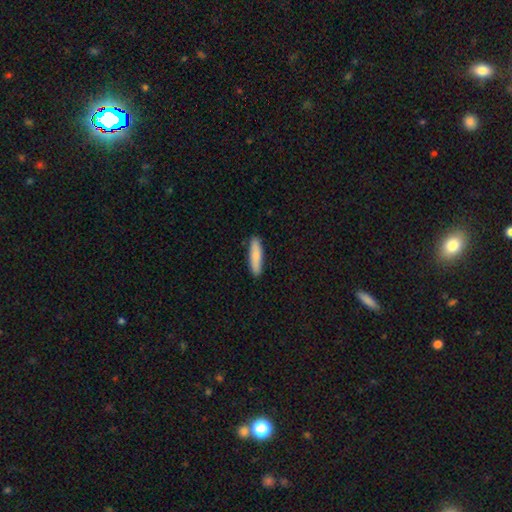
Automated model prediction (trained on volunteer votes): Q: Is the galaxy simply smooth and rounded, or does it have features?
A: smooth — 83%.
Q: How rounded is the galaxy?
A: cigar-shaped — 78%.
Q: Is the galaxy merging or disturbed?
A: none — 89%.